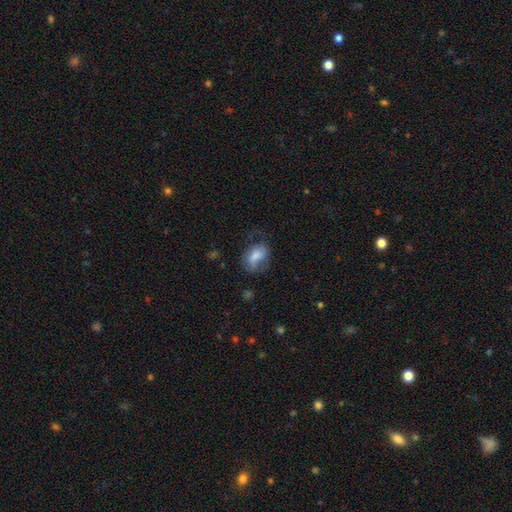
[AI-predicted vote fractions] A smooth galaxy with no disk features (65%) that is in between round and cigar-shaped (83%).

Vote fractions:
- Smooth or featured? smooth: 65% / featured or disk: 27% / star or artifact: 8%
- How rounded? in between: 83% / round: 15% / cigar-shaped: 2%
- Merging? none: 43% / minor disturbance: 28% / major disturbance: 27% / merger: 2%